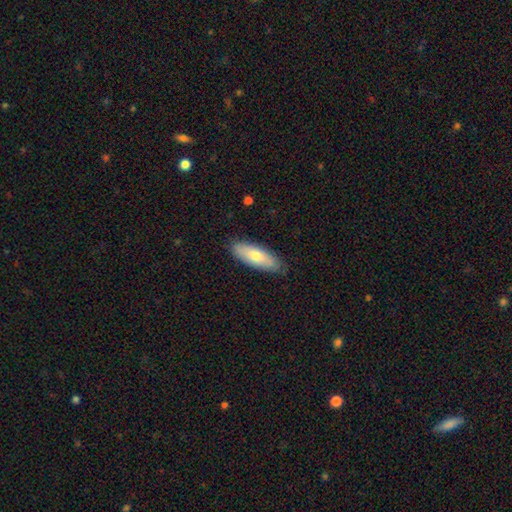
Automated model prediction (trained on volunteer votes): Smooth or featured: smooth — 68% (featured or disk — 26%)
How rounded: in between — 63% (cigar-shaped — 34%)
Merging: none — 86% (minor disturbance — 11%)